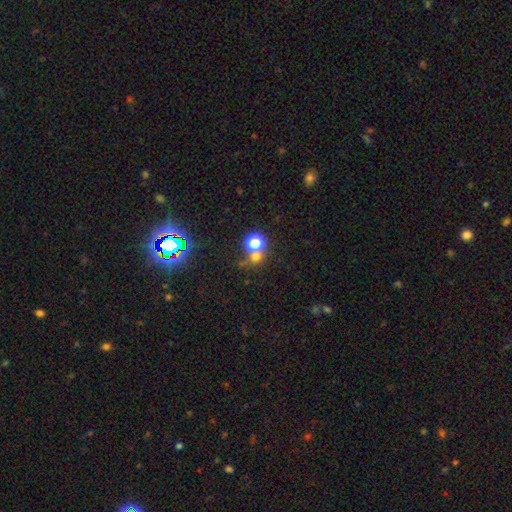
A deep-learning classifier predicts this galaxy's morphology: This appears to be a smooth galaxy with no disk features (62%) that is round (85%). Merging: none (50%).